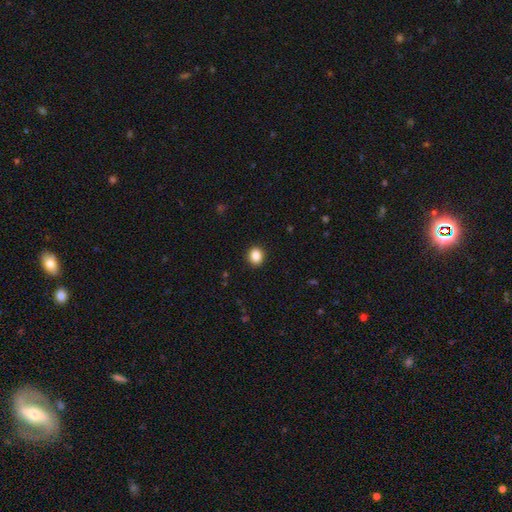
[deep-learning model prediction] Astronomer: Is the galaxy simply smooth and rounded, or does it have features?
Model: smooth — 87%.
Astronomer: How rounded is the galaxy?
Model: round — 74%.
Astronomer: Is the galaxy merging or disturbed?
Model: none — 92%.